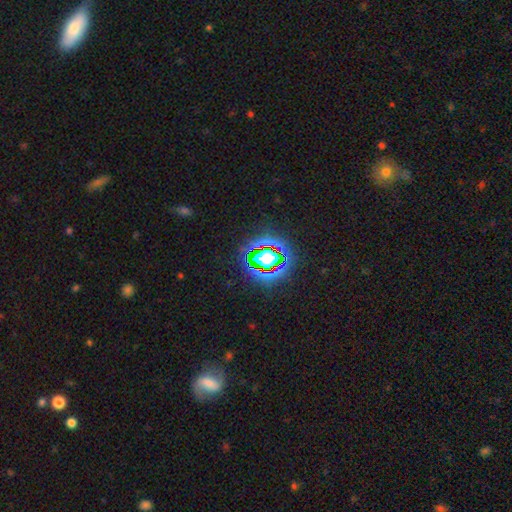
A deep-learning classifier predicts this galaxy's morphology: Q: Smooth or featured?
A: star or artifact (78%); runner-up: smooth (12%)